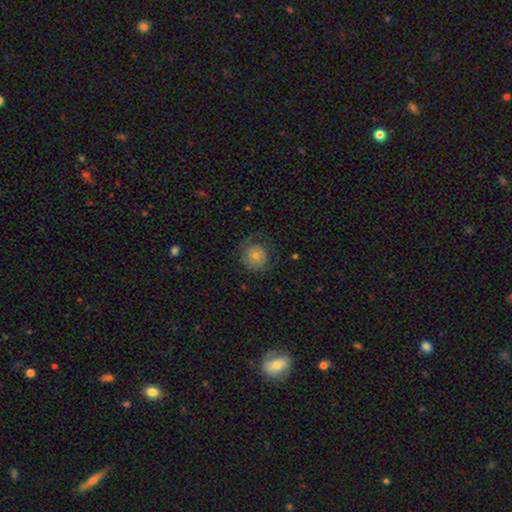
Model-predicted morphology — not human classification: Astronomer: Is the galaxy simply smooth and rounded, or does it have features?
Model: smooth — 57%.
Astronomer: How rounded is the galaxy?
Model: round — 90%.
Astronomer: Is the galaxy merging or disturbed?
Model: none — 68%.